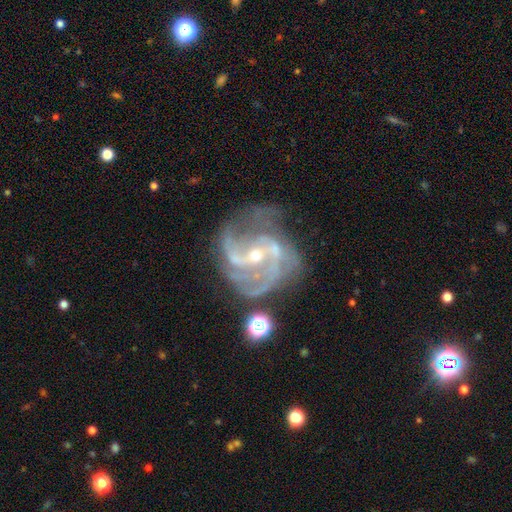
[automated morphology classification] Smooth or featured? Predicted: featured or disk (p=0.89). Edge-on disk? Predicted: no (p=0.98). Bar? Predicted: weak (p=0.41). Spiral arms? Predicted: yes (p=0.96). Spiral winding? Predicted: medium (p=0.54). Spiral arm count? Predicted: 2 (p=0.47). Bulge size? Predicted: small (p=0.73). Merging? Predicted: none (p=0.50).